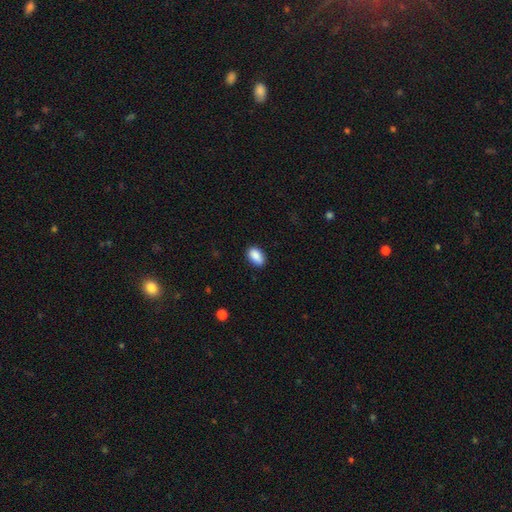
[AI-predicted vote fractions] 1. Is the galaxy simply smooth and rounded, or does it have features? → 89% smooth, 7% star or artifact, 4% featured or disk.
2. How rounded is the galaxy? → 91% in between, 7% round, 2% cigar-shaped.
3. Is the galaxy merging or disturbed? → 86% none, 11% minor disturbance, 2% major disturbance, 1% merger.